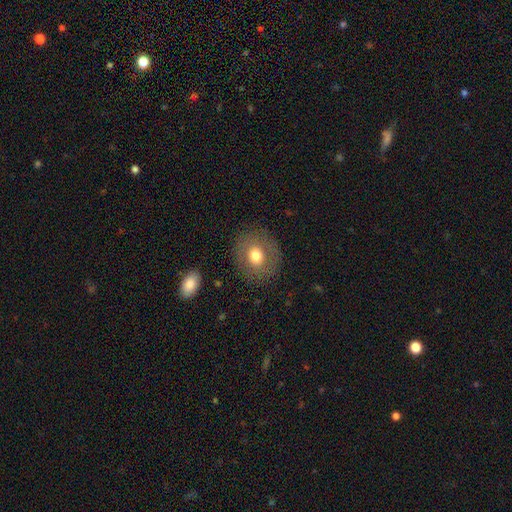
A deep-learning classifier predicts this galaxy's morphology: Overall: smooth (67%). How rounded: round (73%). Merging: none (84%).